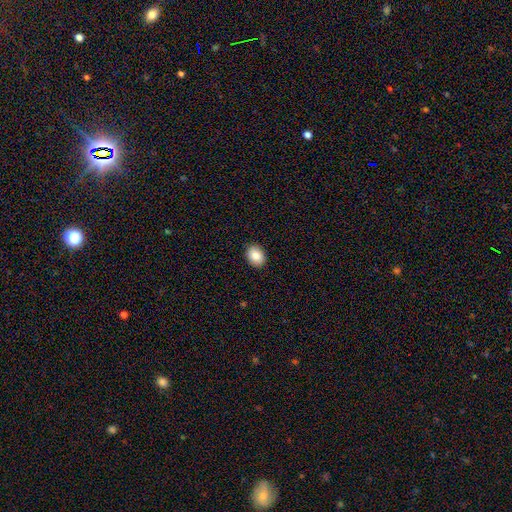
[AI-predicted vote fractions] A smooth galaxy with no disk features (88%) that is in between round and cigar-shaped (67%).

Vote fractions:
- Smooth or featured? smooth: 88% / star or artifact: 7% / featured or disk: 5%
- How rounded? in between: 67% / round: 32% / cigar-shaped: 1%
- Merging? none: 90% / minor disturbance: 7% / major disturbance: 2% / merger: 1%